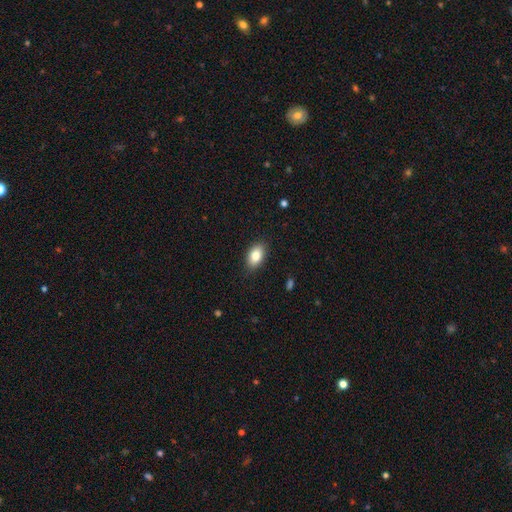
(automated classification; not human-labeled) smooth-or-featured: smooth: 83% | featured or disk: 9% | star or artifact: 7%
  how-rounded: in between: 90% | round: 7% | cigar-shaped: 2%
  merging: none: 86% | minor disturbance: 10% | major disturbance: 2% | merger: 1%